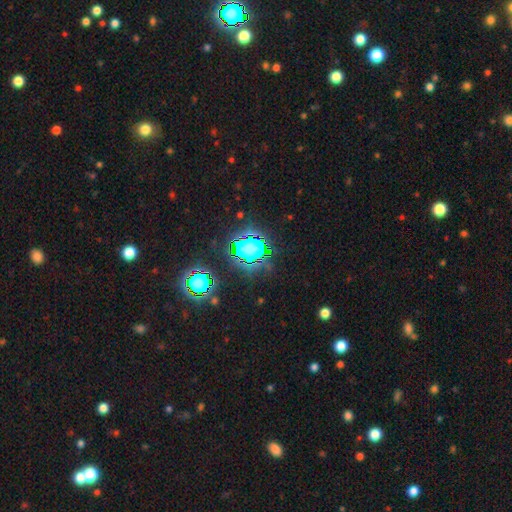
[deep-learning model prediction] This is clearly a star or artifact rather than a galaxy (82%).